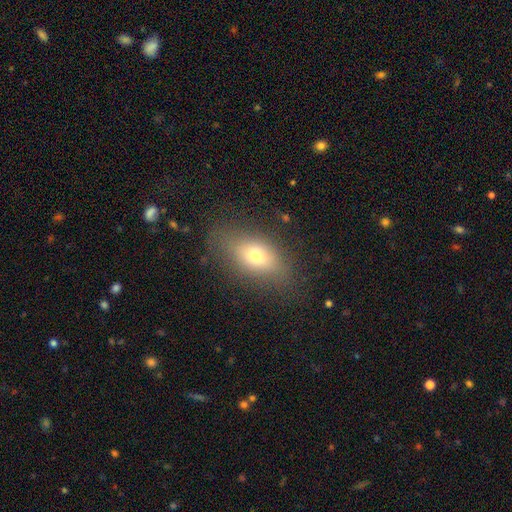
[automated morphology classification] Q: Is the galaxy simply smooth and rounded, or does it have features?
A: smooth — 67%.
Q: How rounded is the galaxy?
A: in between — 80%.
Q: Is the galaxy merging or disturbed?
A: none — 76%.